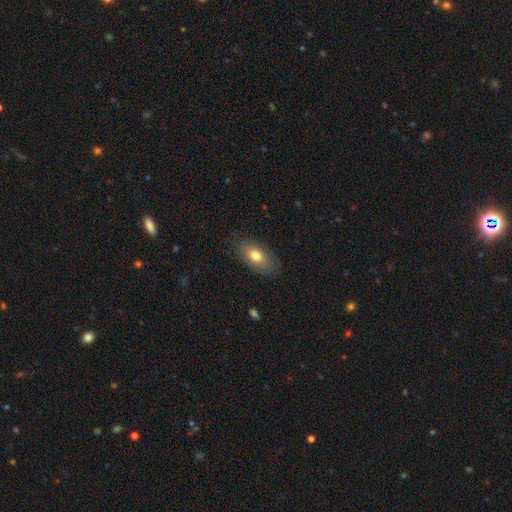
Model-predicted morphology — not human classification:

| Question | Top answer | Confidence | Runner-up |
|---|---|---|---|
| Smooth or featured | smooth | 72% | featured or disk (20%) |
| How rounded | in between | 90% | round (6%) |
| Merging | none | 83% | minor disturbance (13%) |